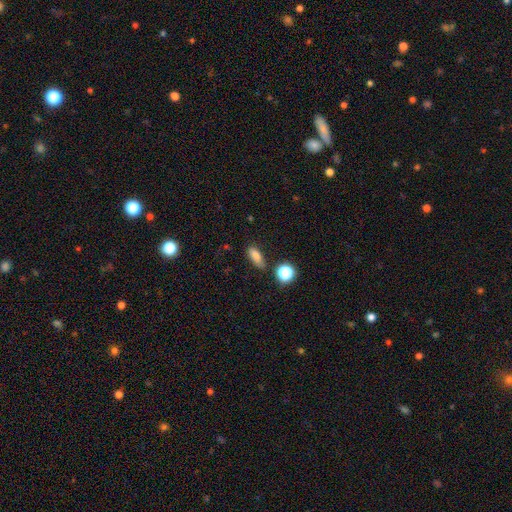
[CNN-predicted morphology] Q: Smooth or featured?
A: smooth (79%); runner-up: star or artifact (13%)
Q: How rounded?
A: in between (68%); runner-up: cigar-shaped (23%)
Q: Merging?
A: none (72%); runner-up: minor disturbance (19%)